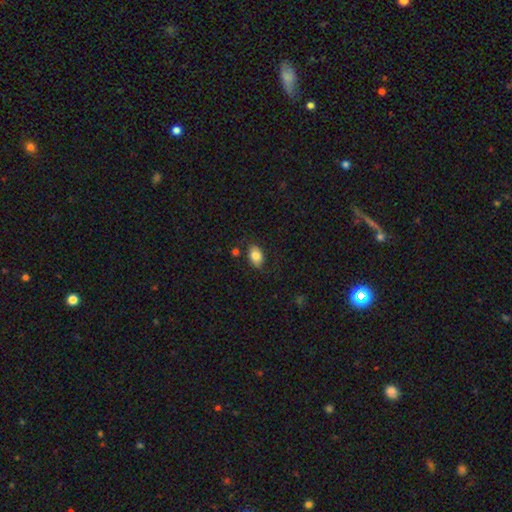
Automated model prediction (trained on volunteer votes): The model was most divided on "merging": none: 78%, minor disturbance: 15%, major disturbance: 4%, merger: 3%. More confident: how rounded — in between (88%); smooth or featured — smooth (82%).